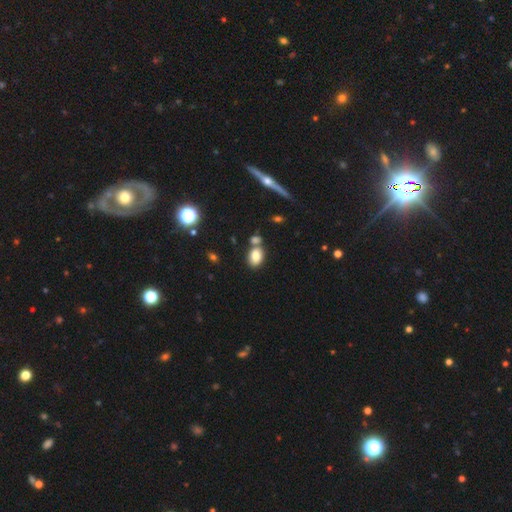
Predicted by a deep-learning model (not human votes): This appears to be a smooth galaxy with no disk features (81%) that is in between round and cigar-shaped (78%). Merging: none (60%).